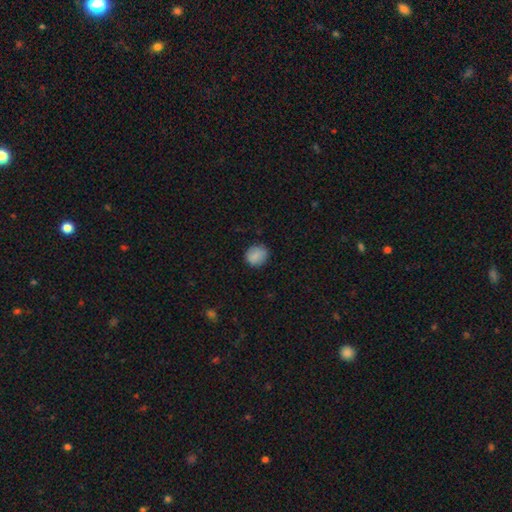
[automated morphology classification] A smooth galaxy with no disk features (85%) that is round (76%).

Vote fractions:
- Smooth or featured? smooth: 85% / star or artifact: 8% / featured or disk: 7%
- How rounded? round: 76% / in between: 23% / cigar-shaped: 1%
- Merging? none: 84% / minor disturbance: 12% / major disturbance: 3% / merger: 1%